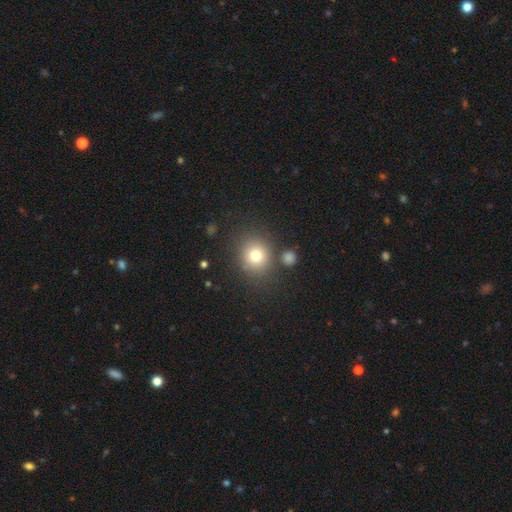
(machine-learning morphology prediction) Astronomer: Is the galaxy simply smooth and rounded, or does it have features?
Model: smooth — 77%.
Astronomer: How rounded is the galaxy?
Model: round — 80%.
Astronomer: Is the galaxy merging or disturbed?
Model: none — 78%.